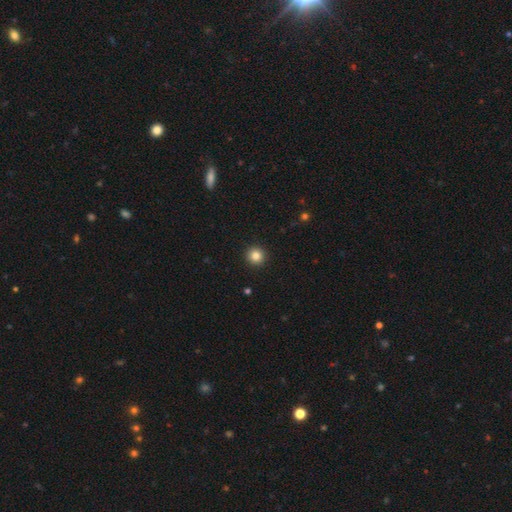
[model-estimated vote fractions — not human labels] Q: Smooth or featured?
A: smooth (84%); runner-up: star or artifact (11%)
Q: How rounded?
A: round (95%); runner-up: in between (4%)
Q: Merging?
A: none (93%); runner-up: minor disturbance (4%)